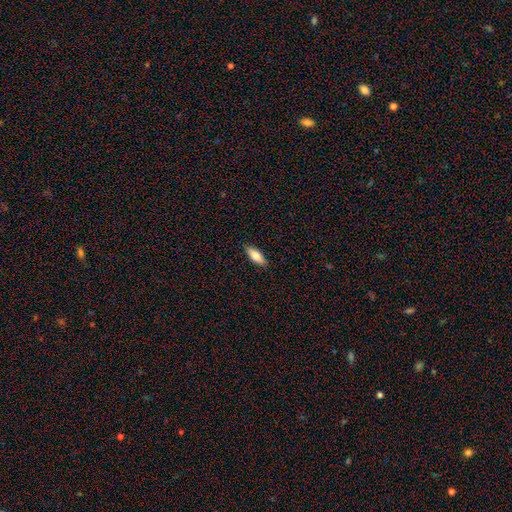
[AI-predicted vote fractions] Overall: smooth (78%). How rounded: in between (71%). Merging: none (89%).